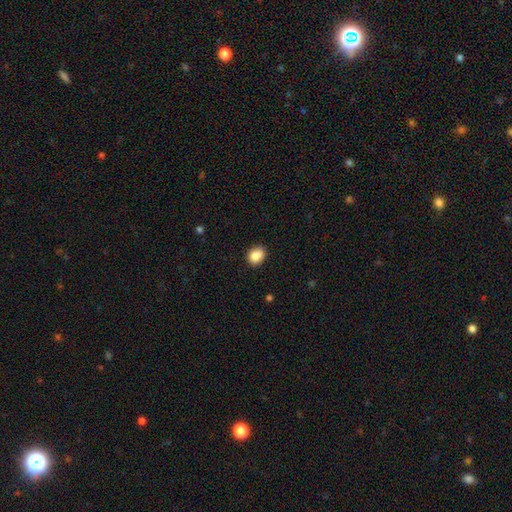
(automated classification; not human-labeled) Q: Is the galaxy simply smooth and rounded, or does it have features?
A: smooth — 84%.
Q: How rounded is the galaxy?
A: round — 52%.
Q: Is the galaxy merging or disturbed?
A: none — 74%.